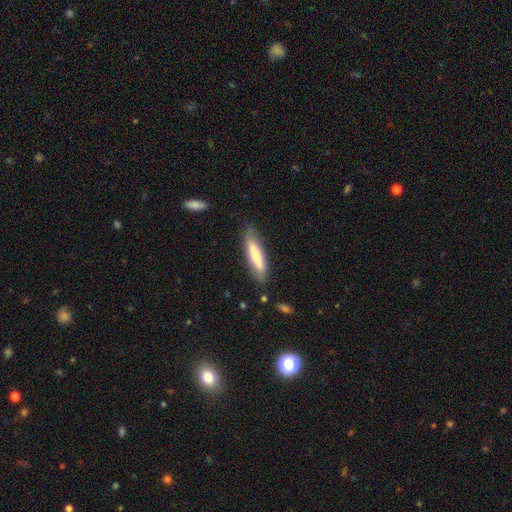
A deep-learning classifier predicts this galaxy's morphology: This appears to be a smooth galaxy with no disk features (63%) that is cigar-shaped (71%). Merging: none (79%).